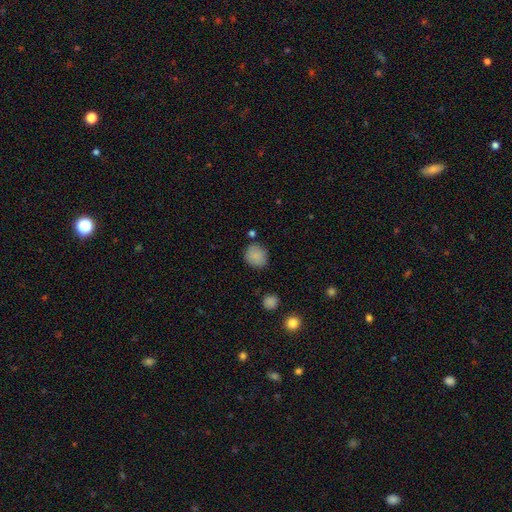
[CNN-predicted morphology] smooth 84%, star or artifact 9%, featured or disk 7%. Down the decision tree: how rounded — round (83%); merging — none (75%).